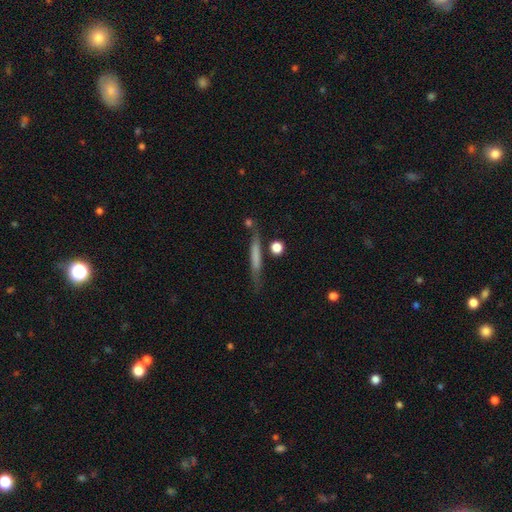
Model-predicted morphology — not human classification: smooth-or-featured: smooth: 59% | featured or disk: 34% | star or artifact: 8%
  how-rounded: cigar-shaped: 92% | in between: 5% | round: 3%
  merging: none: 74% | minor disturbance: 16% | merger: 5% | major disturbance: 5%